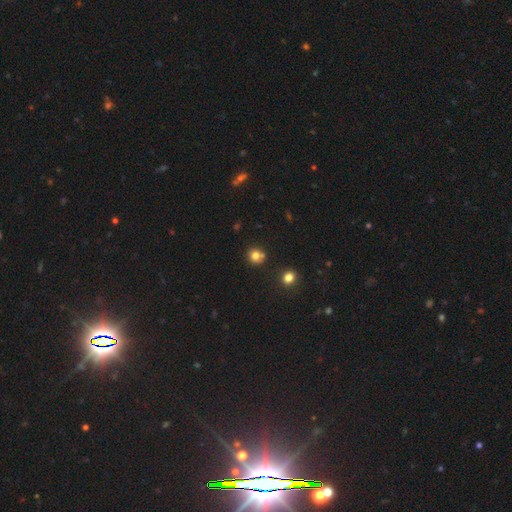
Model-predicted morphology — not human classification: Smooth or featured?
  - smooth: 77% *
  - star or artifact: 14%
  - featured or disk: 9%
How rounded?
  - round: 87% *
  - in between: 12%
  - cigar-shaped: 1%
Merging?
  - none: 69% *
  - merger: 17%
  - minor disturbance: 11%
  - major disturbance: 3%